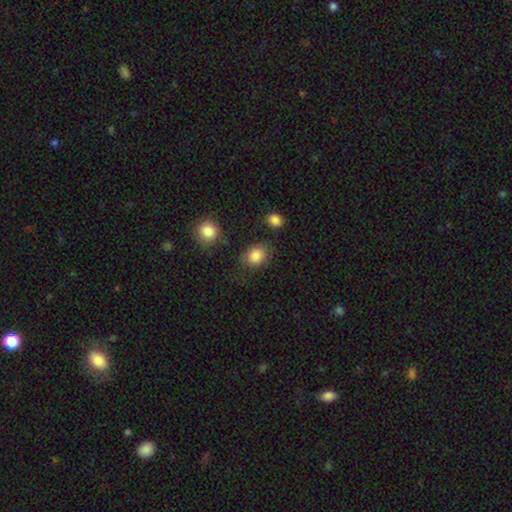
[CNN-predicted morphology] Smooth or featured?
  - smooth: 86% *
  - star or artifact: 9%
  - featured or disk: 5%
How rounded?
  - in between: 56% *
  - round: 43%
  - cigar-shaped: 1%
Merging?
  - none: 71% *
  - minor disturbance: 18%
  - major disturbance: 7%
  - merger: 4%